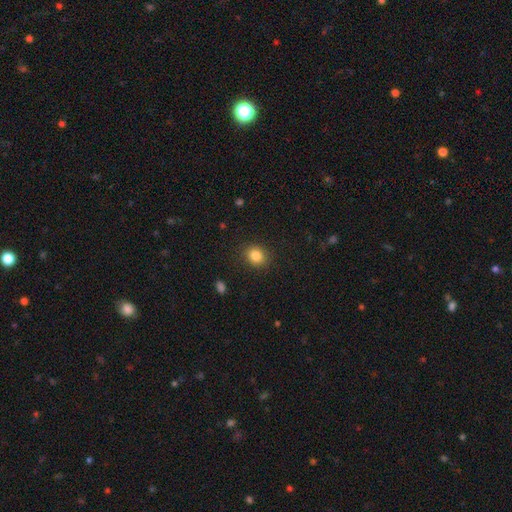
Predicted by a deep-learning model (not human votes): smooth 84%, star or artifact 10%, featured or disk 6%. Down the decision tree: how rounded — round (68%); merging — none (88%).